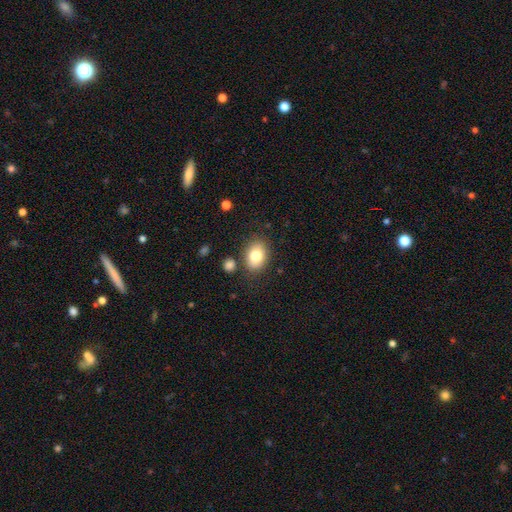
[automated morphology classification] Smooth or featured?
  - smooth: 80% *
  - featured or disk: 12%
  - star or artifact: 8%
How rounded?
  - in between: 73% *
  - round: 26%
  - cigar-shaped: 1%
Merging?
  - none: 80% *
  - minor disturbance: 12%
  - merger: 5%
  - major disturbance: 3%